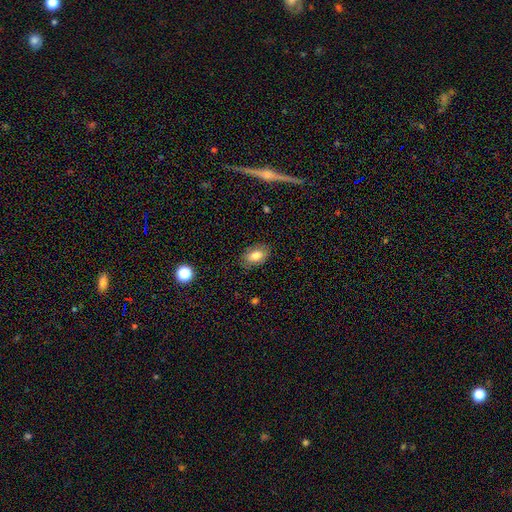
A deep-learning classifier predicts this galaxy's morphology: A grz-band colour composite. It shows a smooth galaxy with no disk features (79%) that is in between round and cigar-shaped (90%). Merging: none (83%).